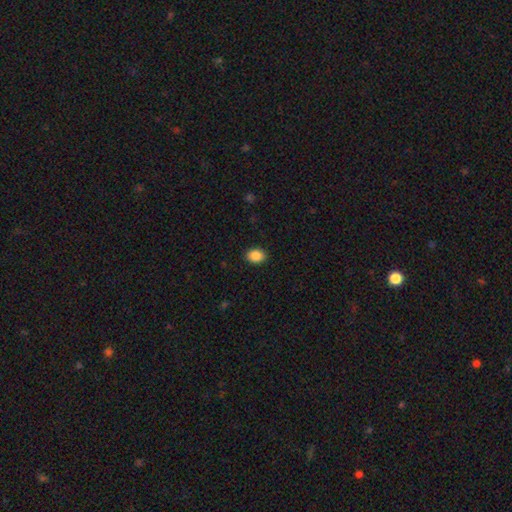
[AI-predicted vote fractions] The model was most divided on "how rounded": in between: 69%, round: 30%, cigar-shaped: 1%. More confident: merging — none (90%); smooth or featured — smooth (88%).